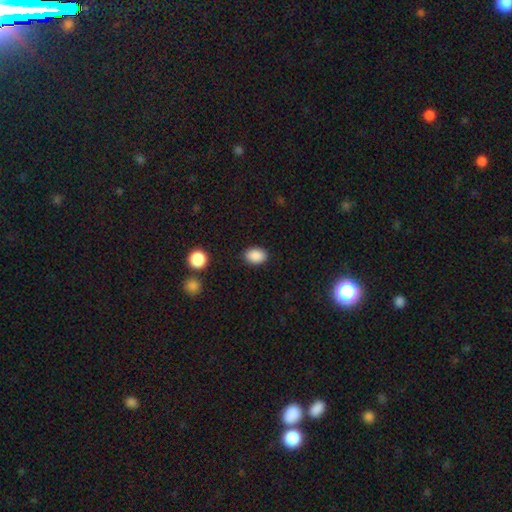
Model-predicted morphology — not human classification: smooth_or_featured: smooth (p=0.89) [alt: star or artifact p=0.08]
how_rounded: in between (p=0.77) [alt: round p=0.22]
merging: none (p=0.88) [alt: minor disturbance p=0.08]